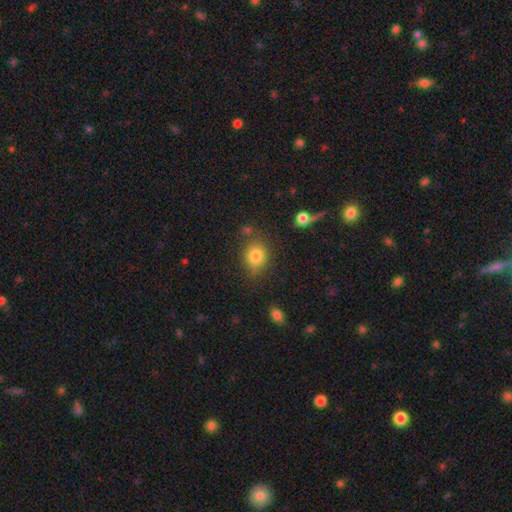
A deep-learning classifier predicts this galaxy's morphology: This appears to be a smooth galaxy with no disk features (81%) that is round (67%). Merging: none (75%).